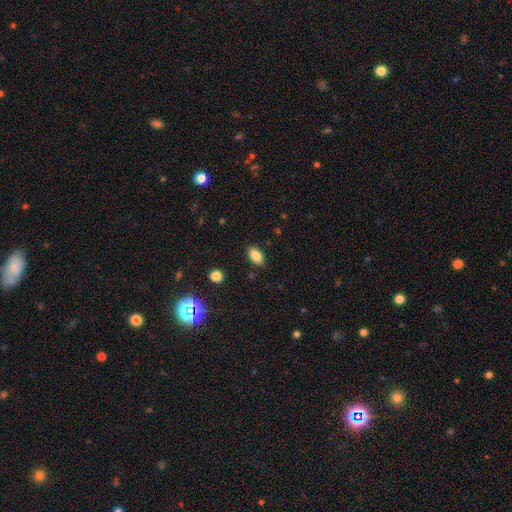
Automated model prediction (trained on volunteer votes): A smooth galaxy with no disk features (83%) that is in between round and cigar-shaped (90%).

Vote fractions:
- Smooth or featured? smooth: 83% / star or artifact: 9% / featured or disk: 8%
- How rounded? in between: 90% / round: 7% / cigar-shaped: 3%
- Merging? none: 88% / minor disturbance: 9% / major disturbance: 2% / merger: 1%